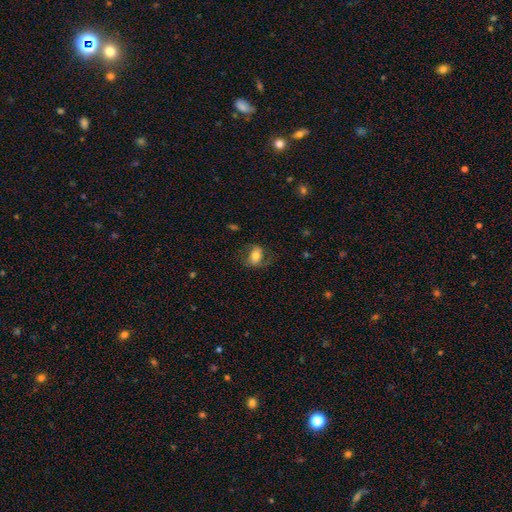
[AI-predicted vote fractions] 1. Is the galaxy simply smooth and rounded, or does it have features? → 65% smooth, 27% featured or disk, 8% star or artifact.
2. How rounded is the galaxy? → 79% in between, 18% round, 2% cigar-shaped.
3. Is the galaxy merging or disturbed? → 66% none, 19% minor disturbance, 13% major disturbance, 1% merger.